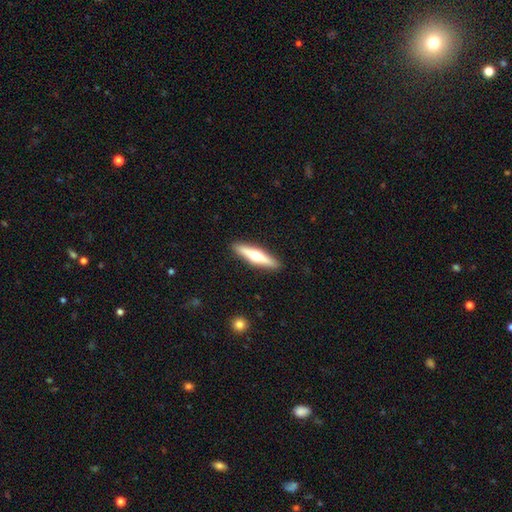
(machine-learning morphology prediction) Q: Smooth or featured?
A: featured or disk (57%); runner-up: smooth (38%)
Q: Edge-on disk?
A: yes (96%); runner-up: no (4%)
Q: Edge-on bulge?
A: rounded (94%); runner-up: none (3%)
Q: Merging?
A: none (91%); runner-up: minor disturbance (6%)